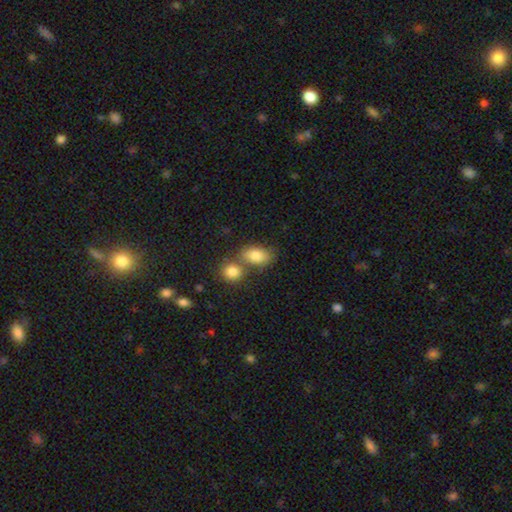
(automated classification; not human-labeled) Q: Smooth or featured?
A: smooth (82%); runner-up: featured or disk (10%)
Q: How rounded?
A: in between (82%); runner-up: round (16%)
Q: Merging?
A: none (45%); runner-up: merger (39%)